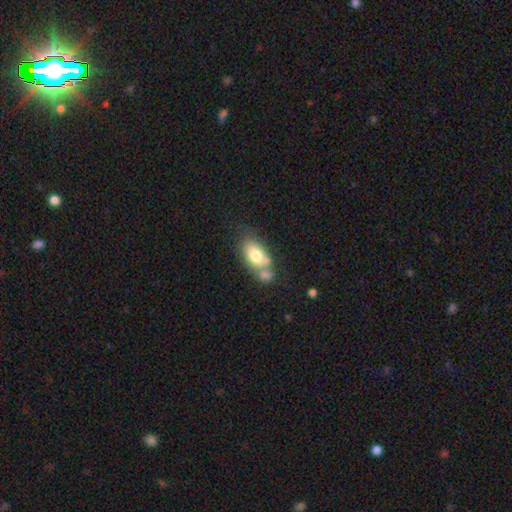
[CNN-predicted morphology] A smooth galaxy with no disk features (72%) that is in between round and cigar-shaped (88%).

Vote fractions:
- Smooth or featured? smooth: 72% / featured or disk: 21% / star or artifact: 7%
- How rounded? in between: 88% / round: 9% / cigar-shaped: 3%
- Merging? none: 38% / merger: 37% / minor disturbance: 18% / major disturbance: 8%